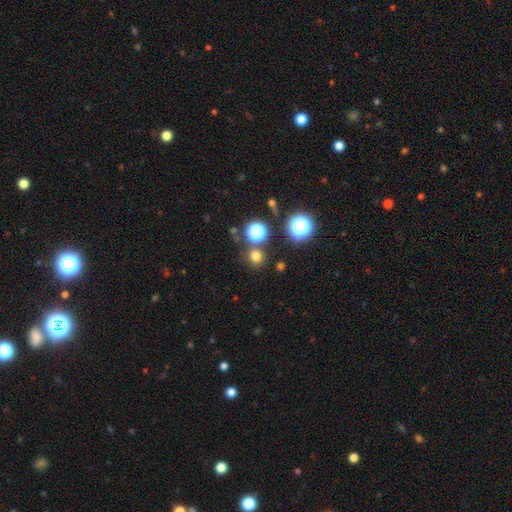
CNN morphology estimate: type=smooth (71%); roundness=round (92%); merging=none (82%).